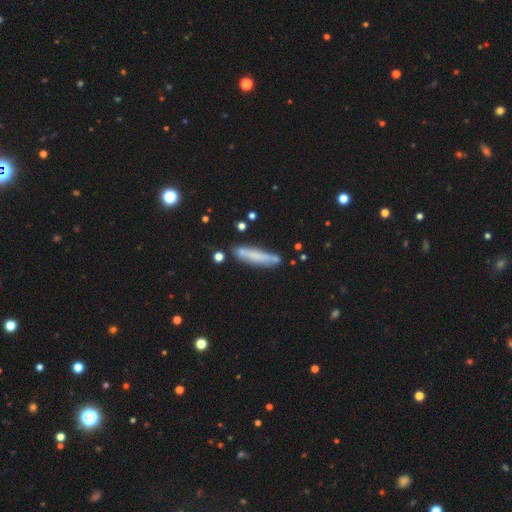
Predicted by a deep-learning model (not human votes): Q: Smooth or featured?
A: smooth (65%); runner-up: featured or disk (27%)
Q: How rounded?
A: cigar-shaped (87%); runner-up: in between (11%)
Q: Merging?
A: none (72%); runner-up: minor disturbance (17%)